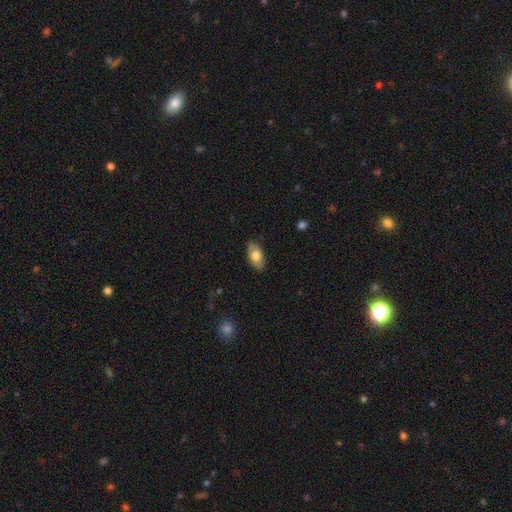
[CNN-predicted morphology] smooth-or-featured: smooth: 74% | featured or disk: 20% | star or artifact: 6%
  how-rounded: in between: 93% | cigar-shaped: 4% | round: 4%
  merging: none: 85% | minor disturbance: 12% | major disturbance: 2% | merger: 1%